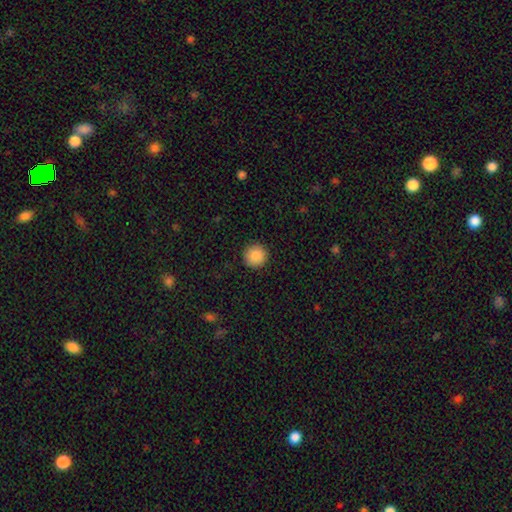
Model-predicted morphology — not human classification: This is clearly a smooth galaxy (88%). How rounded: clearly round (96%). Merging: clearly none (93%).